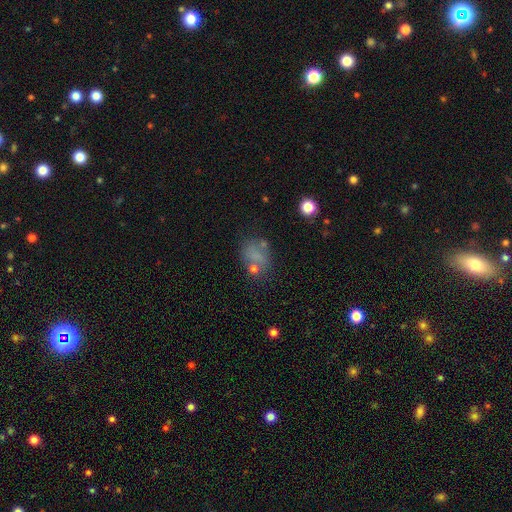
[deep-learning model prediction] Morphology: type=smooth (61%); roundness=in between (59%); merging=none (55%).